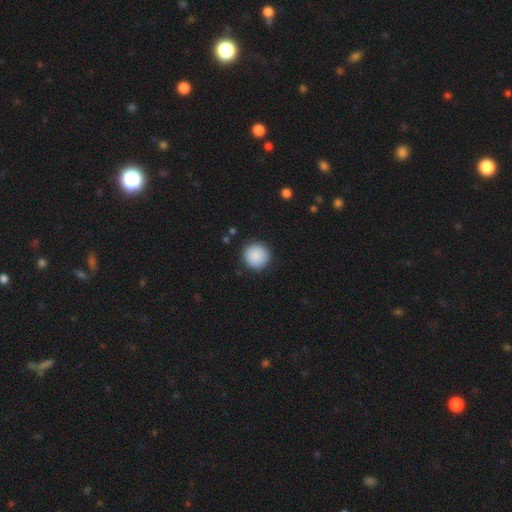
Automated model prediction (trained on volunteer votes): Morphology: type=smooth (89%); roundness=round (96%); merging=none (91%).